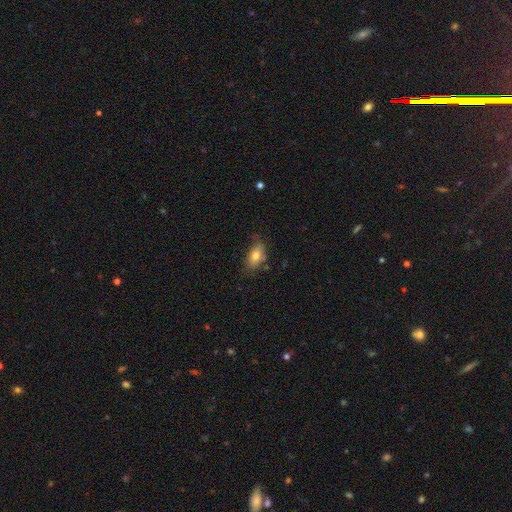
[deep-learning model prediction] Smooth or featured?
  - smooth: 76% *
  - featured or disk: 16%
  - star or artifact: 8%
How rounded?
  - in between: 87% *
  - round: 7%
  - cigar-shaped: 6%
Merging?
  - none: 70% *
  - minor disturbance: 21%
  - major disturbance: 5%
  - merger: 4%